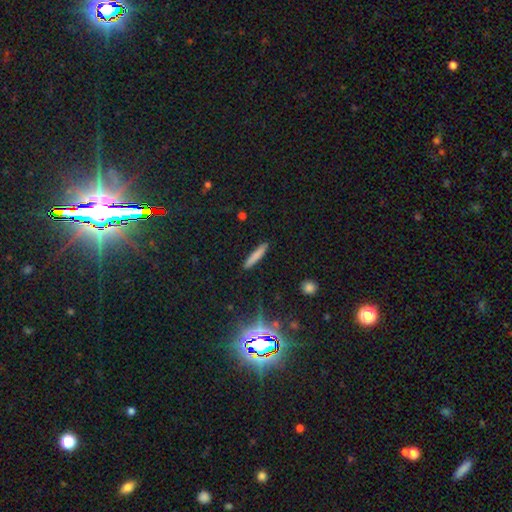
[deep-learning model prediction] This appears to be a smooth galaxy with no disk features (80%) that is cigar-shaped (93%). Merging: none (90%).